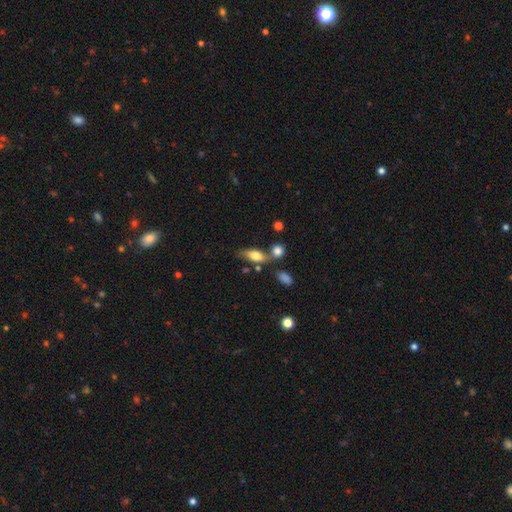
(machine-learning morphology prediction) Smooth or featured? smooth (71%)
How rounded? in between (74%)
Merging? none (57%)